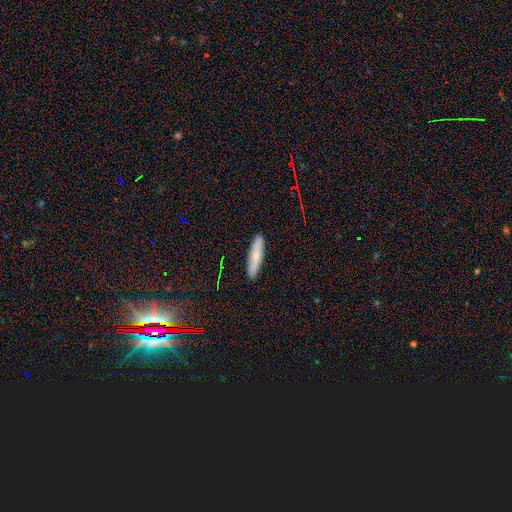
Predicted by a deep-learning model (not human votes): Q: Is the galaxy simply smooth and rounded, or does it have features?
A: smooth — 72%.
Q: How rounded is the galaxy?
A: cigar-shaped — 85%.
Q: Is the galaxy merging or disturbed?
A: none — 90%.